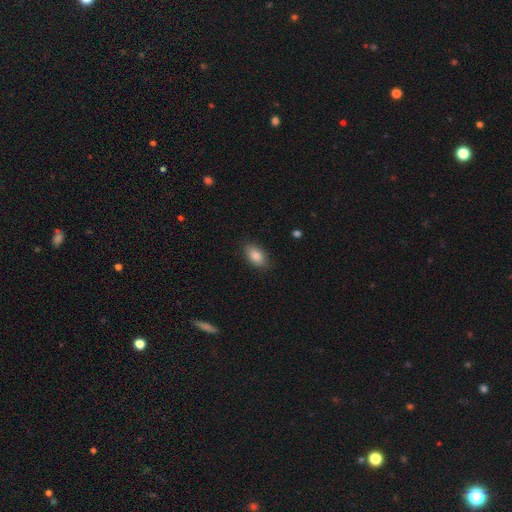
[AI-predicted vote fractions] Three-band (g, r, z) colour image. It shows a smooth galaxy with no disk features (86%) that is in between round and cigar-shaped (91%). Merging: none (85%).